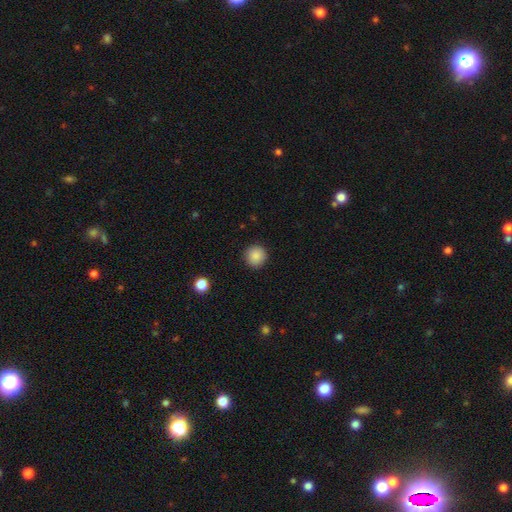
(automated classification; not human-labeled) A smooth galaxy with no disk features (88%) that is round (95%).

Vote fractions:
- Smooth or featured? smooth: 88% / star or artifact: 9% / featured or disk: 3%
- How rounded? round: 95% / in between: 4% / cigar-shaped: 1%
- Merging? none: 92% / minor disturbance: 5% / major disturbance: 2% / merger: 1%